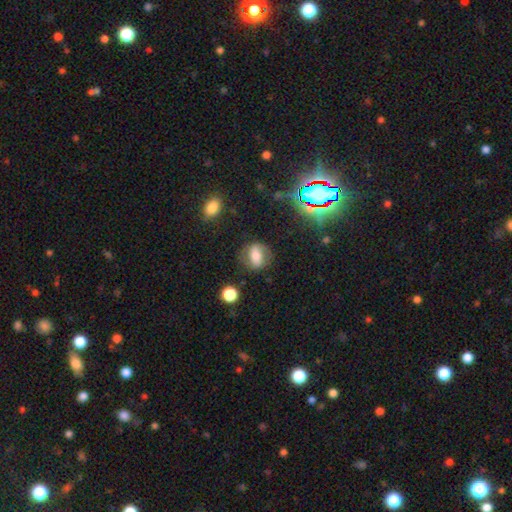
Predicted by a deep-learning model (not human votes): This appears to be a smooth galaxy with no disk features (52%) that is in between round and cigar-shaped (52%). Merging: none (75%).